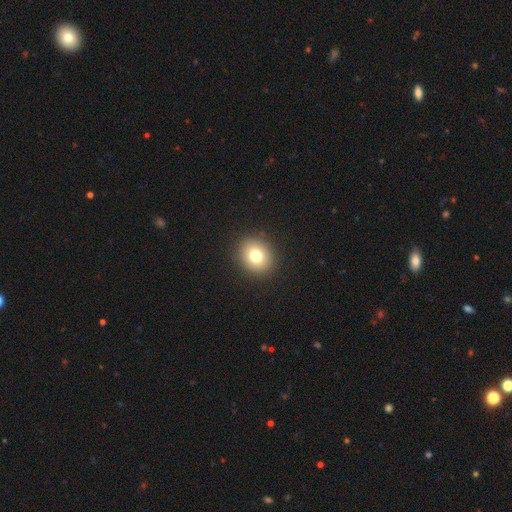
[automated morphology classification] smooth-or-featured: smooth: 78% | star or artifact: 11% | featured or disk: 11%
  how-rounded: round: 71% | in between: 28% | cigar-shaped: 1%
  merging: none: 91% | minor disturbance: 6% | major disturbance: 2% | merger: 1%